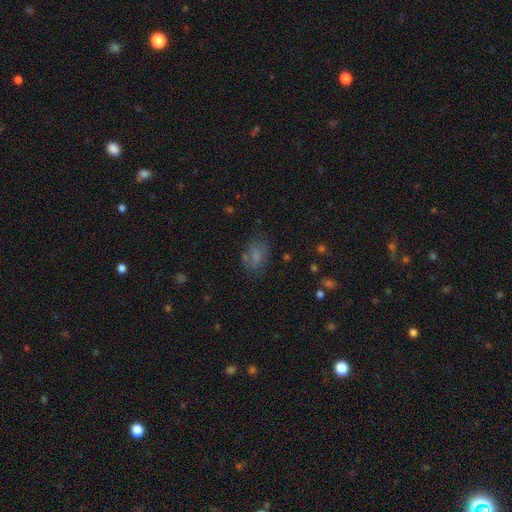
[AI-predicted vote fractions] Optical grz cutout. It shows a smooth galaxy with no disk features (67%) that is in between round and cigar-shaped (81%). Merging: none (61%).